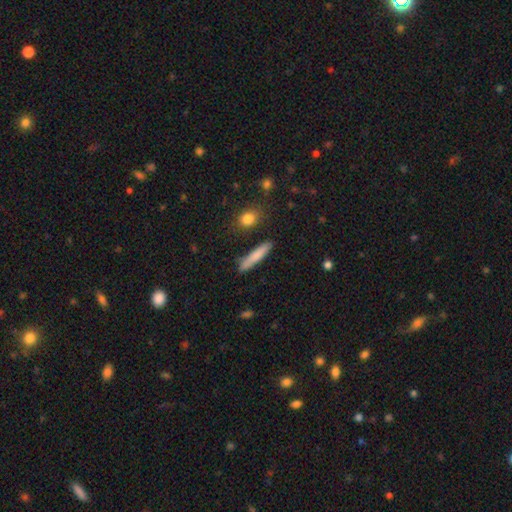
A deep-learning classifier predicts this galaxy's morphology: smooth 77%, featured or disk 16%, star or artifact 6%. Down the decision tree: how rounded — cigar-shaped (90%); merging — none (85%).